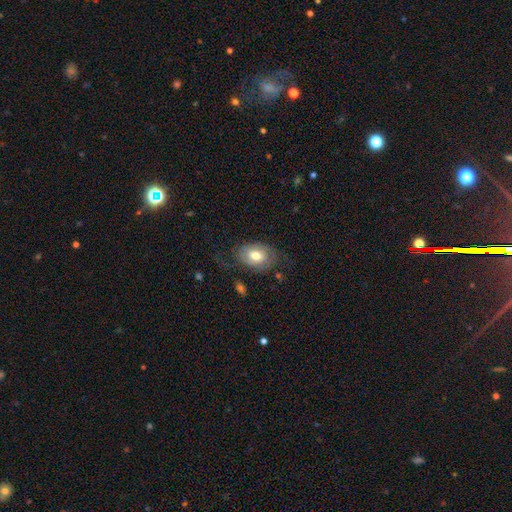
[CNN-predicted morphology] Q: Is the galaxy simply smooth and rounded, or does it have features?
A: smooth — 53%.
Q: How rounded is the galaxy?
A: in between — 82%.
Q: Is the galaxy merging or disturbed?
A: none — 55%.